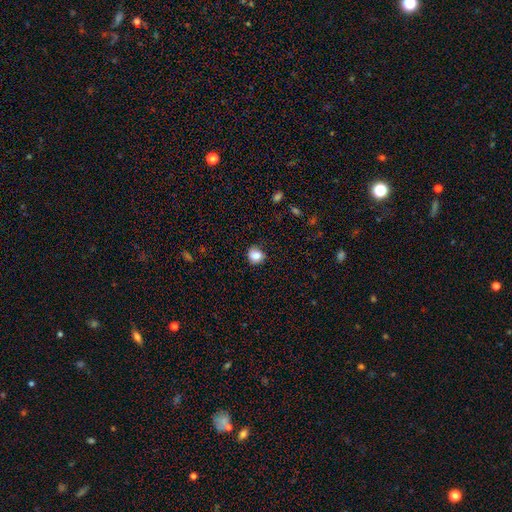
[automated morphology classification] Overall: smooth (85%). How rounded: round (84%). Merging: none (82%).